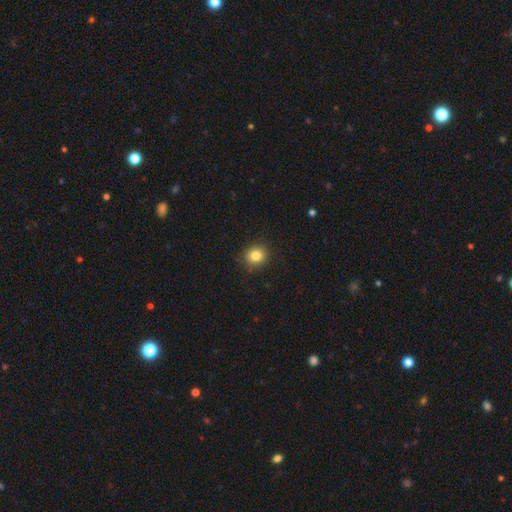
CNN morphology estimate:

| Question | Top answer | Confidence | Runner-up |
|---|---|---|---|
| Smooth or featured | smooth | 83% | star or artifact (11%) |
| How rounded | round | 85% | in between (14%) |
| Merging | none | 90% | minor disturbance (7%) |